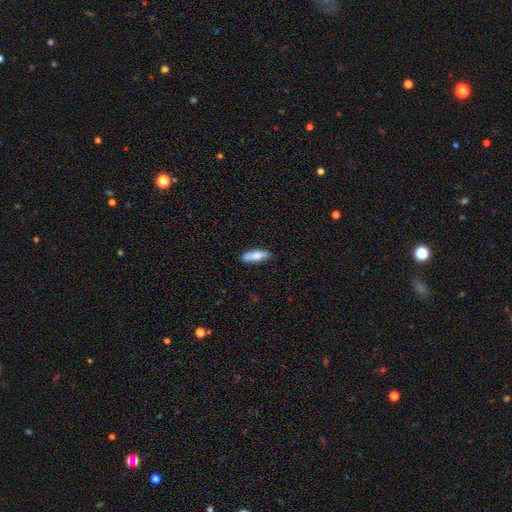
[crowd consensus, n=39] A smooth galaxy with no disk features (82%) that is in between round and cigar-shaped (53%). Merging: none (84%).